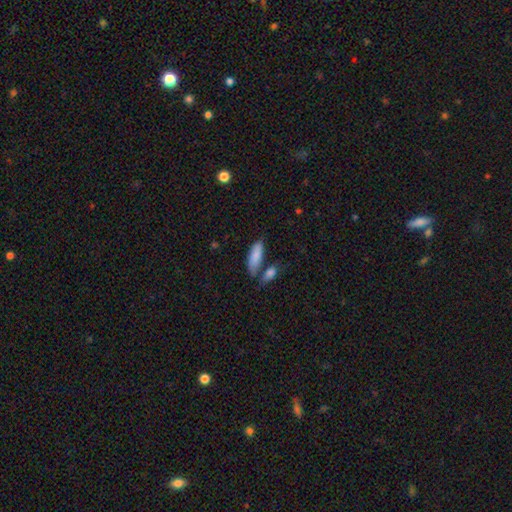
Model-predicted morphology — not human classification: The model was most divided on "merging": none: 54%, merger: 22%, minor disturbance: 18%, major disturbance: 6%. More confident: smooth or featured — smooth (84%); how rounded — in between (70%).